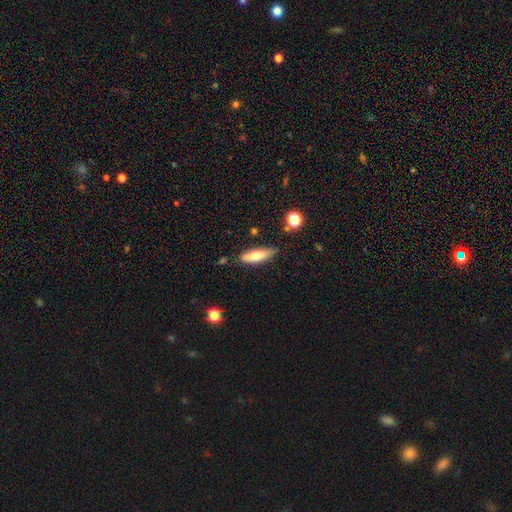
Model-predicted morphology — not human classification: Smooth or featured? smooth (66%)
How rounded? cigar-shaped (59%)
Merging? none (72%)